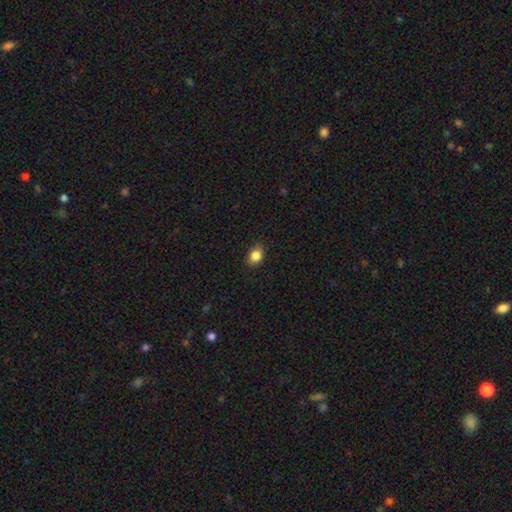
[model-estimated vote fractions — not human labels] This is clearly a smooth galaxy (86%). How rounded: likely in between (63%). Merging: clearly none (84%).